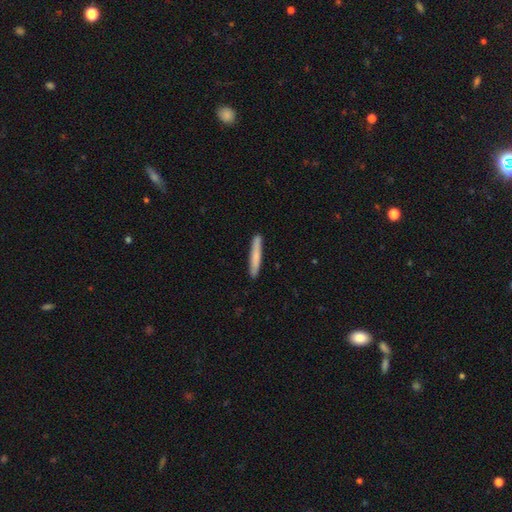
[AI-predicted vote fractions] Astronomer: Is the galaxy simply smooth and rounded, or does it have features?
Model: smooth — 73%.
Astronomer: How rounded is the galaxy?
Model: cigar-shaped — 96%.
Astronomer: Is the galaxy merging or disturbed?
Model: none — 90%.